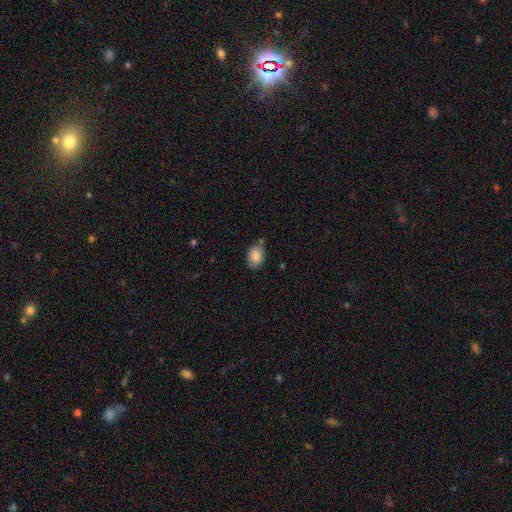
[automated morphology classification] Smooth or featured?
  - smooth: 86% *
  - star or artifact: 7%
  - featured or disk: 7%
How rounded?
  - in between: 82% *
  - round: 17%
  - cigar-shaped: 1%
Merging?
  - none: 72% *
  - minor disturbance: 19%
  - merger: 5%
  - major disturbance: 4%